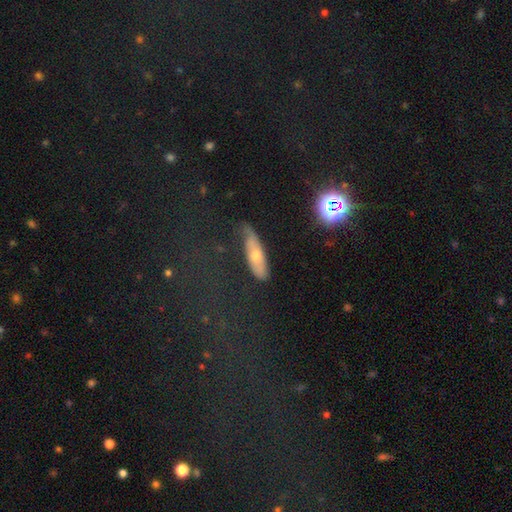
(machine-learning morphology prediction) smooth-or-featured: smooth: 49% | featured or disk: 39% | star or artifact: 12%
  merging: none: 54% | minor disturbance: 33% | major disturbance: 11% | merger: 3%